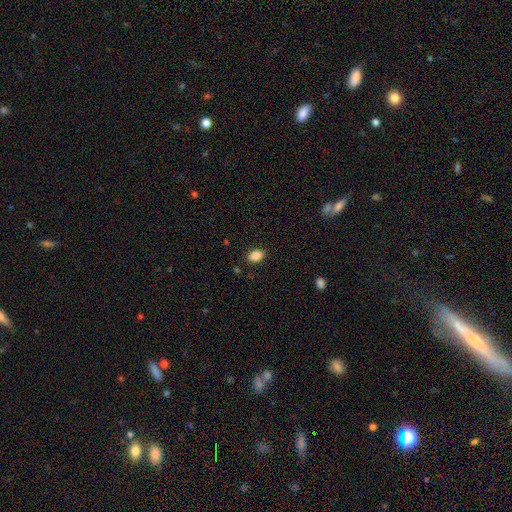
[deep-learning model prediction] smooth 87%, star or artifact 9%, featured or disk 5%. Down the decision tree: how rounded — in between (88%); merging — none (87%).